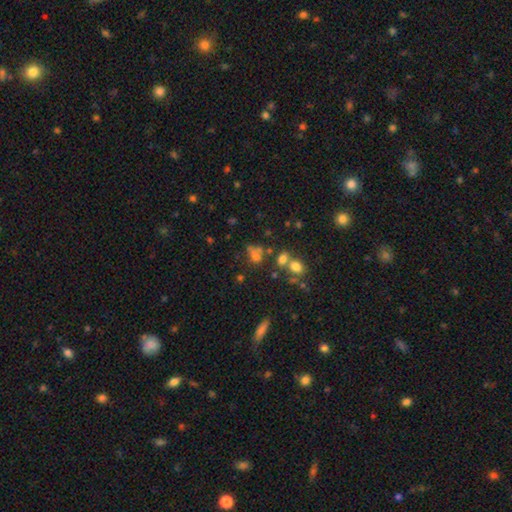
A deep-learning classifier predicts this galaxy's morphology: Smooth or featured?
  - smooth: 59% *
  - star or artifact: 25%
  - featured or disk: 16%
How rounded?
  - round: 56% *
  - in between: 41%
  - cigar-shaped: 3%
Merging?
  - none: 42% *
  - merger: 35%
  - minor disturbance: 13%
  - major disturbance: 10%